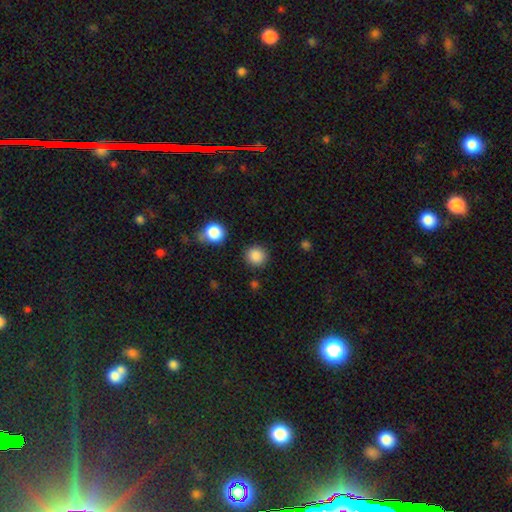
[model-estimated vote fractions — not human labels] smooth-or-featured: smooth: 87% | star or artifact: 10% | featured or disk: 3%
  how-rounded: round: 91% | in between: 8% | cigar-shaped: 1%
  merging: none: 87% | minor disturbance: 7% | major disturbance: 3% | merger: 2%